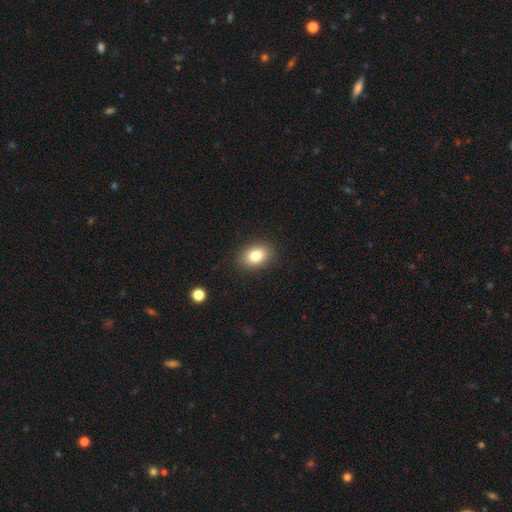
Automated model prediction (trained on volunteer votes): Smooth or featured?
  - smooth: 82% *
  - star or artifact: 9%
  - featured or disk: 8%
How rounded?
  - in between: 76% *
  - round: 23%
  - cigar-shaped: 1%
Merging?
  - none: 88% *
  - minor disturbance: 8%
  - major disturbance: 2%
  - merger: 1%